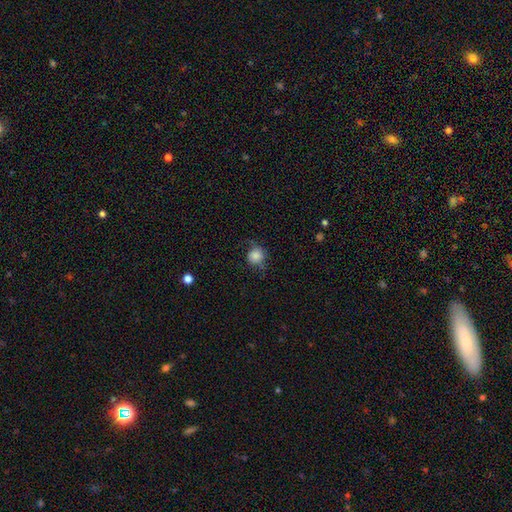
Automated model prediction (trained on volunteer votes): This is likely a smooth galaxy (77%). How rounded: clearly round (84%). Merging: likely none (61%).